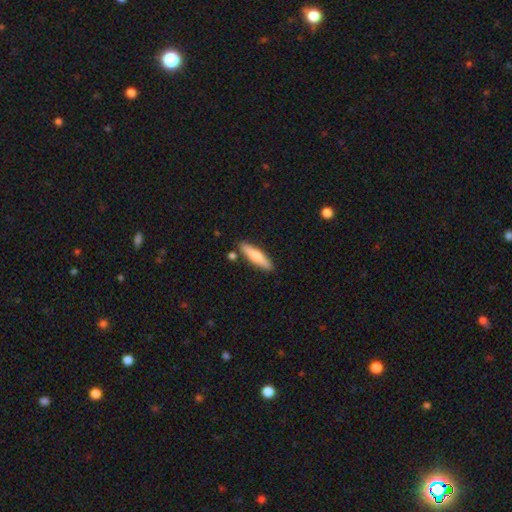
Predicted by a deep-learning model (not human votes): smooth 63%, featured or disk 32%, star or artifact 5%. Down the decision tree: how rounded — cigar-shaped (75%); merging — none (84%).